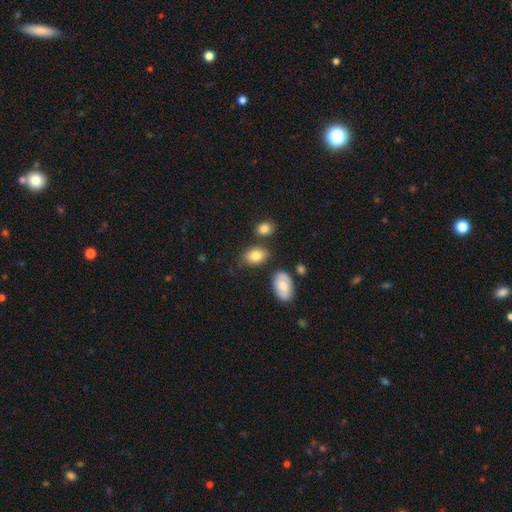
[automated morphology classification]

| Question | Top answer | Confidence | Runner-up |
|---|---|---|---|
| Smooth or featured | smooth | 83% | featured or disk (9%) |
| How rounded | in between | 83% | round (16%) |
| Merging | none | 74% | minor disturbance (14%) |